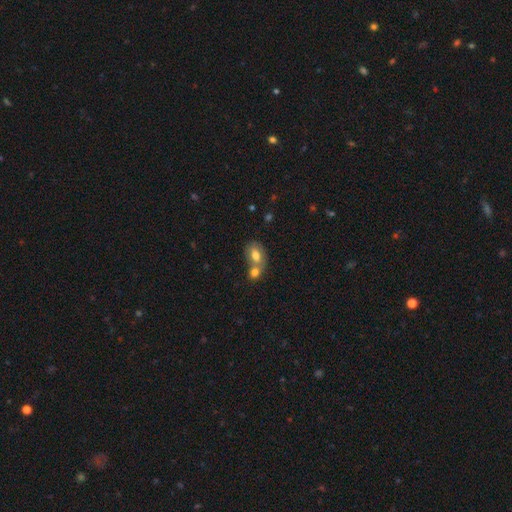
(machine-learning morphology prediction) This appears to be a smooth galaxy with no disk features (71%) that is in between round and cigar-shaped (76%). Merging: merger (58%).